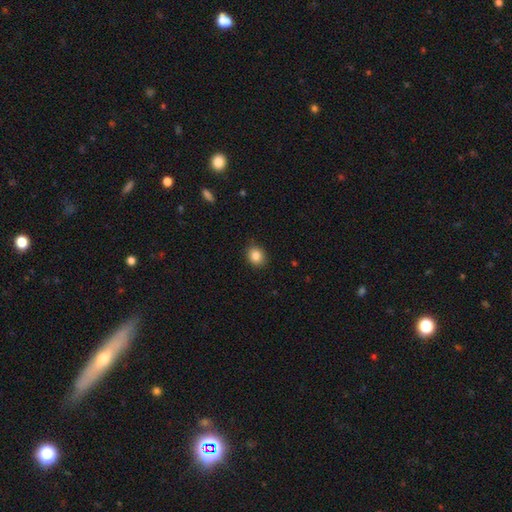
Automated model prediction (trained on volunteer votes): This appears to be a smooth galaxy with no disk features (86%) that is round (63%). Merging: none (86%).